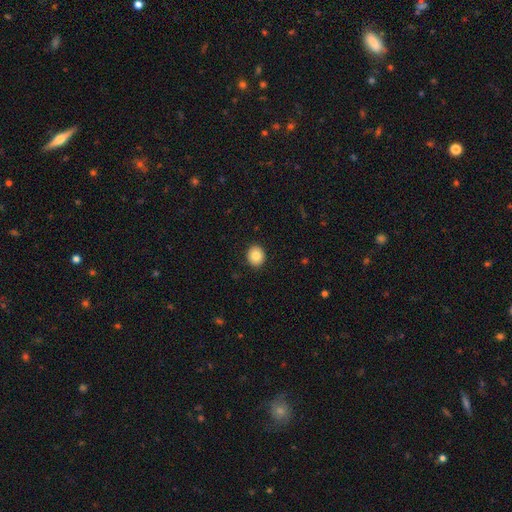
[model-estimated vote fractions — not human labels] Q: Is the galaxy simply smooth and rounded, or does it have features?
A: smooth — 84%.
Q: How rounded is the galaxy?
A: round — 74%.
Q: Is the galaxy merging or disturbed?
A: none — 91%.